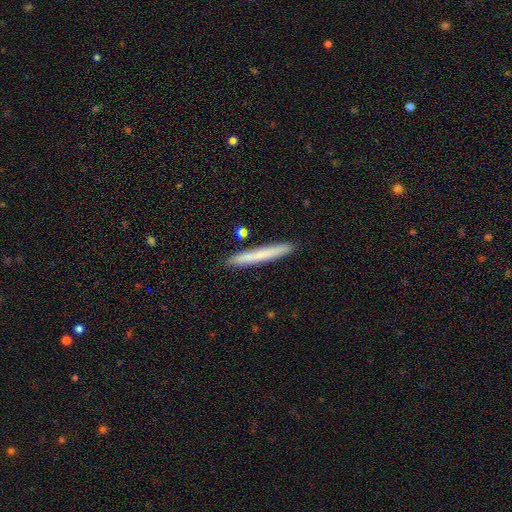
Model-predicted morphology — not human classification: smooth_or_featured: smooth (p=0.71) [alt: featured or disk p=0.23]
how_rounded: cigar-shaped (p=0.97) [alt: in between p=0.02]
merging: none (p=0.89) [alt: minor disturbance p=0.07]